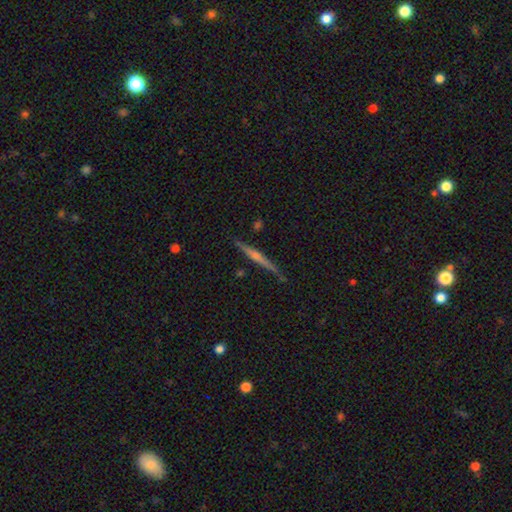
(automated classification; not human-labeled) Overall: featured or disk (70%). Edge-on disk: yes (97%). Edge-on bulge: rounded (56%; none 34%). Merging: none (88%).